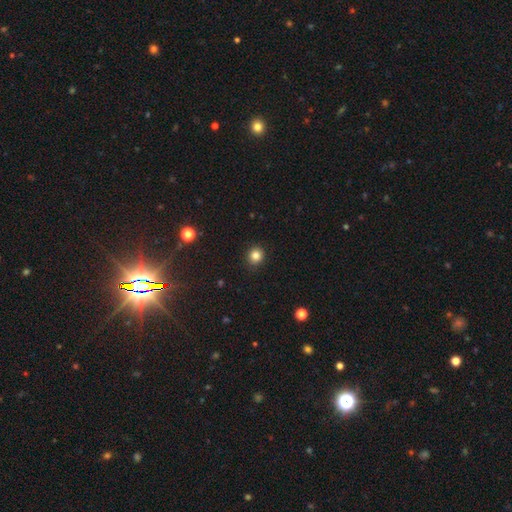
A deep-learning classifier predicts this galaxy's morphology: A smooth galaxy with no disk features (84%) that is round (88%). Merging: none (90%).